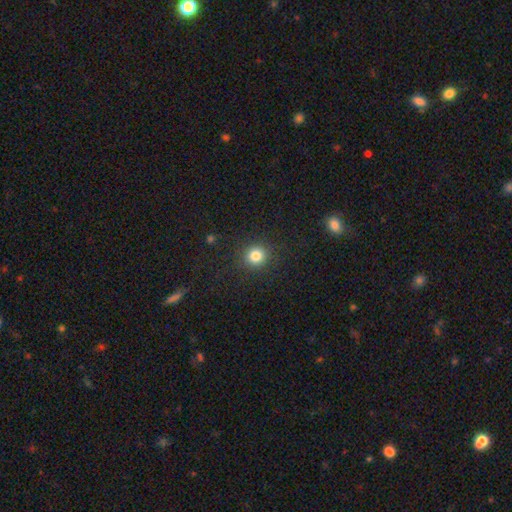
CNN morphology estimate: Smooth or featured: smooth — 83% (star or artifact — 12%)
How rounded: round — 90% (in between — 9%)
Merging: none — 90% (minor disturbance — 6%)